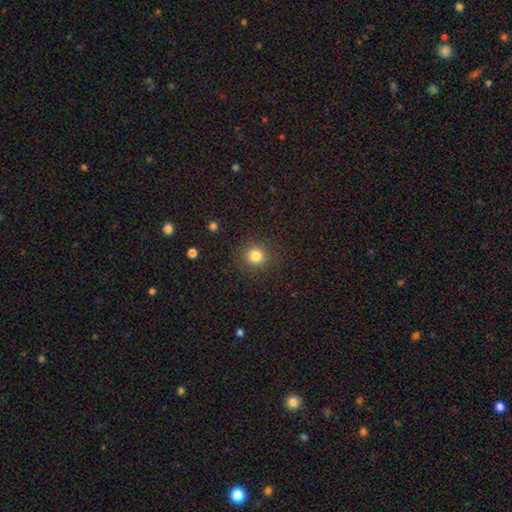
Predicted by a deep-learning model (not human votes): Smooth or featured? smooth (82%)
How rounded? round (92%)
Merging? none (90%)